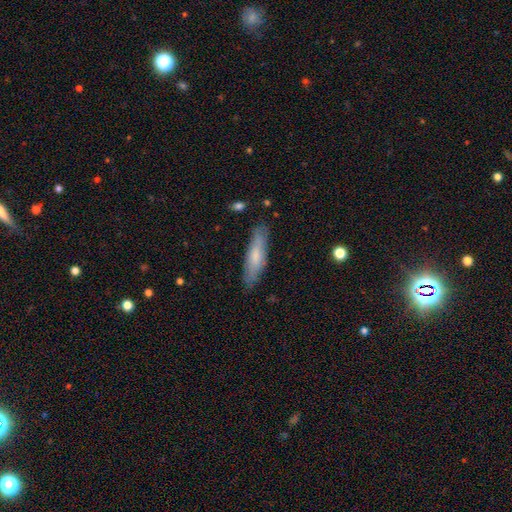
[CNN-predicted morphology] smooth-or-featured: smooth: 65% | featured or disk: 29% | star or artifact: 6%
  how-rounded: cigar-shaped: 72% | in between: 26% | round: 1%
  merging: none: 83% | minor disturbance: 13% | major disturbance: 3% | merger: 1%